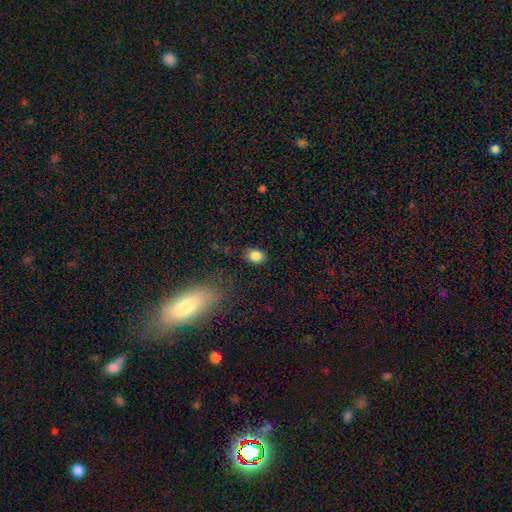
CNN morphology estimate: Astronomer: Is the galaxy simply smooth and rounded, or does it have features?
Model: smooth — 85%.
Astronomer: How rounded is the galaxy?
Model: in between — 65%.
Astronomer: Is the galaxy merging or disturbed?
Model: none — 84%.